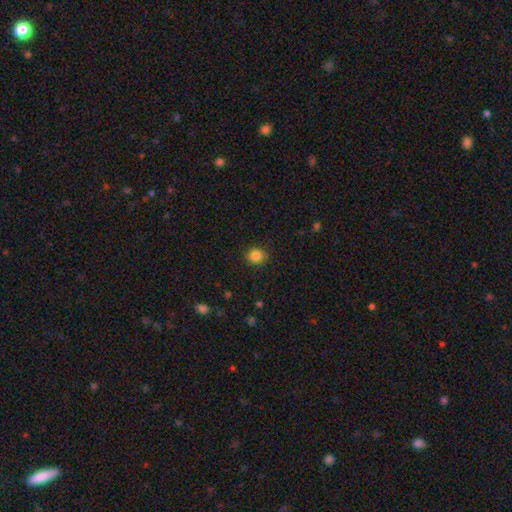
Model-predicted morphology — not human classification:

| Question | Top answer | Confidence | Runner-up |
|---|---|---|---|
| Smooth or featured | smooth | 85% | star or artifact (11%) |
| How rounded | round | 87% | in between (13%) |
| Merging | none | 90% | minor disturbance (7%) |